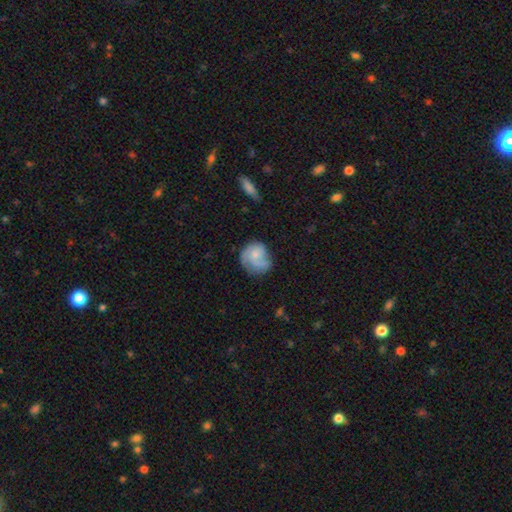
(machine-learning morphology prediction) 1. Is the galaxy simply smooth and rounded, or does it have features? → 47% smooth, 46% featured or disk, 7% star or artifact.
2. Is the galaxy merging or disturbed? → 50% none, 29% minor disturbance, 17% major disturbance, 4% merger.